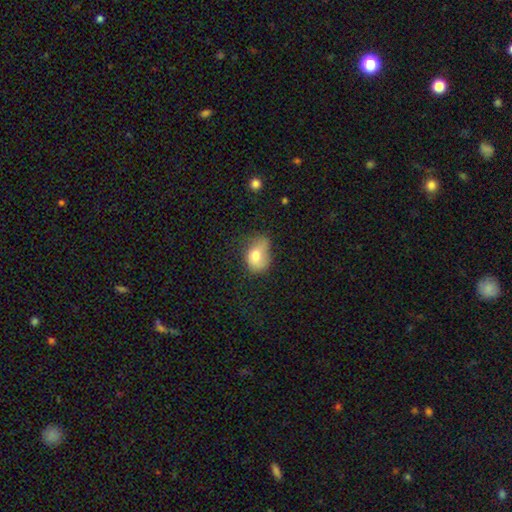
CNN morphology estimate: smooth-or-featured: smooth: 71% | featured or disk: 20% | star or artifact: 9%
  how-rounded: in between: 73% | round: 26% | cigar-shaped: 1%
  merging: minor disturbance: 41% | none: 30% | major disturbance: 25% | merger: 4%